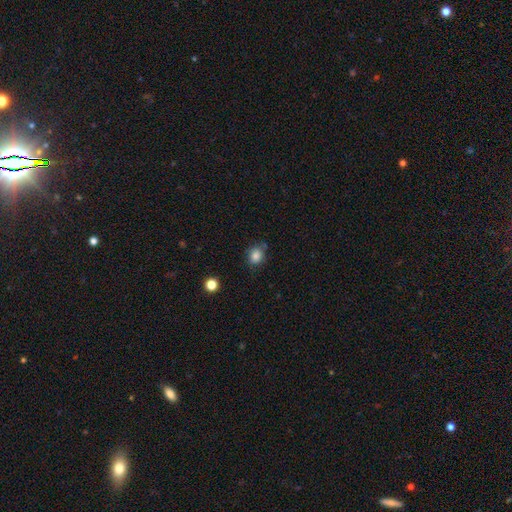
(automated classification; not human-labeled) Q: Smooth or featured?
A: smooth (84%); runner-up: star or artifact (11%)
Q: How rounded?
A: round (73%); runner-up: in between (26%)
Q: Merging?
A: none (76%); runner-up: minor disturbance (16%)